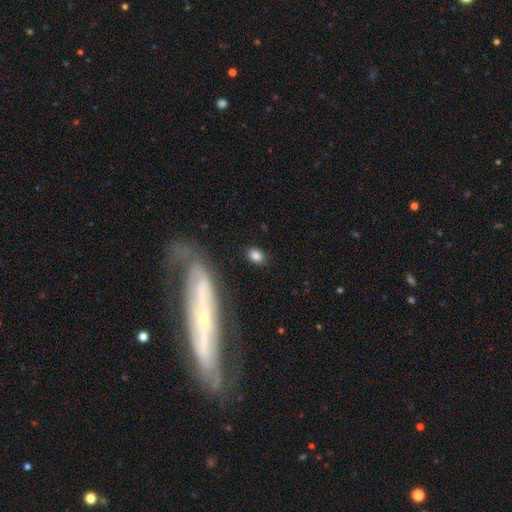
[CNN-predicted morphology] smooth-or-featured: smooth: 81% | featured or disk: 9% | star or artifact: 9%
  how-rounded: in between: 79% | round: 19% | cigar-shaped: 3%
  merging: none: 84% | minor disturbance: 10% | major disturbance: 3% | merger: 2%